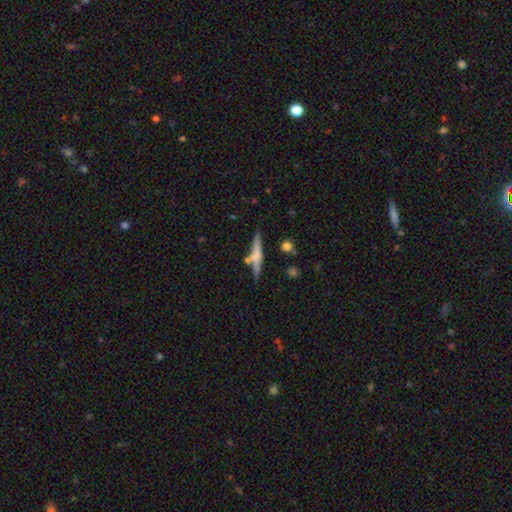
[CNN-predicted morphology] A featured or disk galaxy (48%). Merging: none (72%).